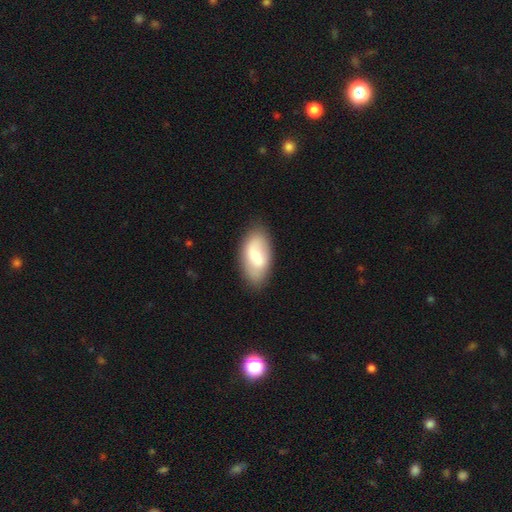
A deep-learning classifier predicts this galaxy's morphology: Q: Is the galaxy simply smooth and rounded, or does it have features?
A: smooth — 58%.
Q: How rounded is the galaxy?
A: in between — 93%.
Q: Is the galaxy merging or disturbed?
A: none — 83%.